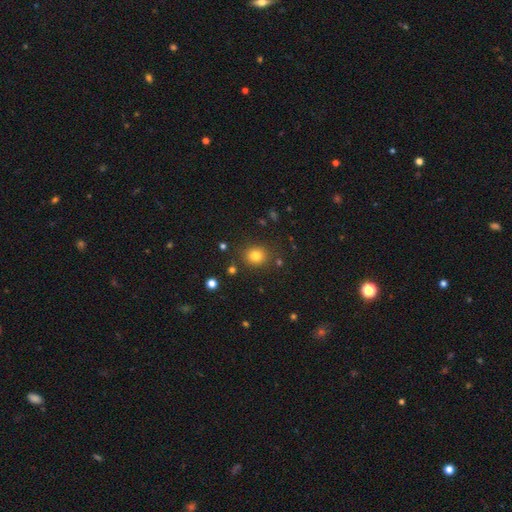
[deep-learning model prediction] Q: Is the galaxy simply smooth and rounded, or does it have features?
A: smooth — 79%.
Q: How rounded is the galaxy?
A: round — 80%.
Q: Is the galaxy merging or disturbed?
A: none — 86%.